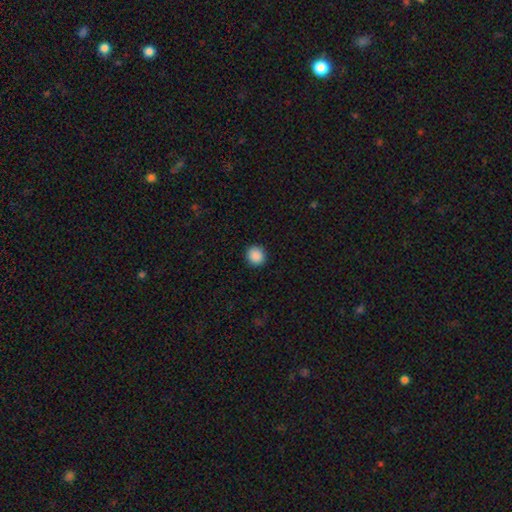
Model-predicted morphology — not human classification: Overall: smooth (89%). How rounded: round (90%). Merging: none (92%).